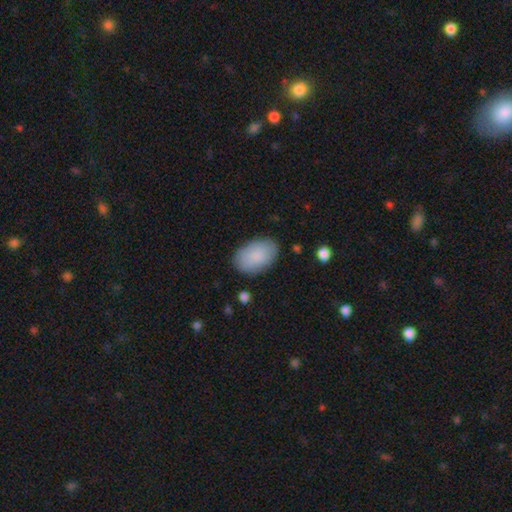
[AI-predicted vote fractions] A smooth galaxy with no disk features (87%) that is in between round and cigar-shaped (91%). Merging: none (84%).